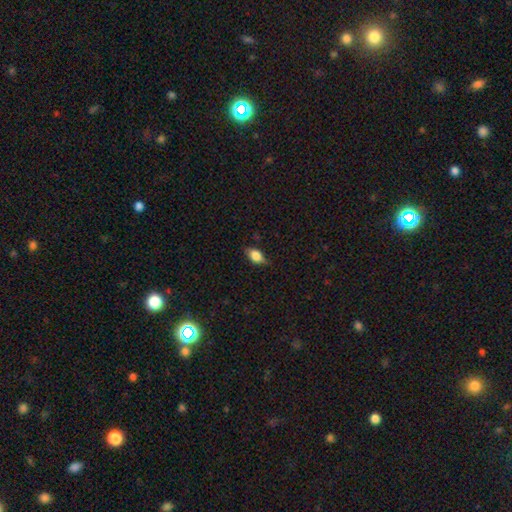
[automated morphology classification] smooth_or_featured: smooth (p=0.77) [alt: featured or disk p=0.14]
how_rounded: in between (p=0.83) [alt: round p=0.11]
merging: none (p=0.73) [alt: minor disturbance p=0.22]